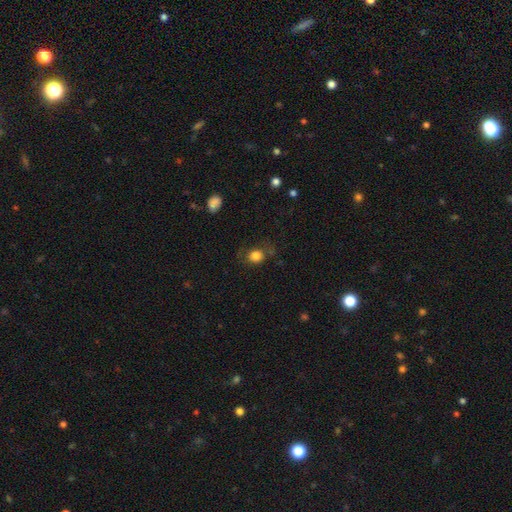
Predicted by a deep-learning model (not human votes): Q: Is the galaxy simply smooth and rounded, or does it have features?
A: smooth — 82%.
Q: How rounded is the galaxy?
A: round — 73%.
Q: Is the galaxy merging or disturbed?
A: none — 67%.